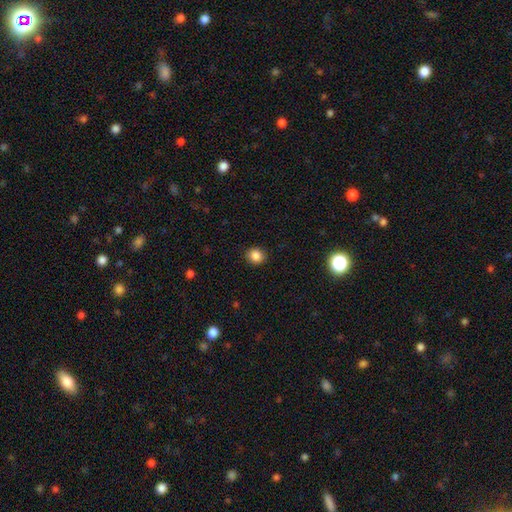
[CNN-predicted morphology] The model was most divided on "how rounded": round: 81%, in between: 18%, cigar-shaped: 1%. More confident: merging — none (90%); smooth or featured — smooth (85%).